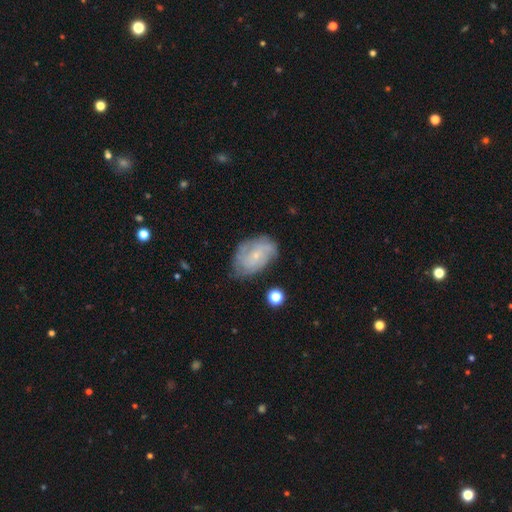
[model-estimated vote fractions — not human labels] This appears to be a featured or disk galaxy (67%) with no bar (69%), tight (47%) spiral arms (87%) and a small central bulge (79%). Merging: none (66%).